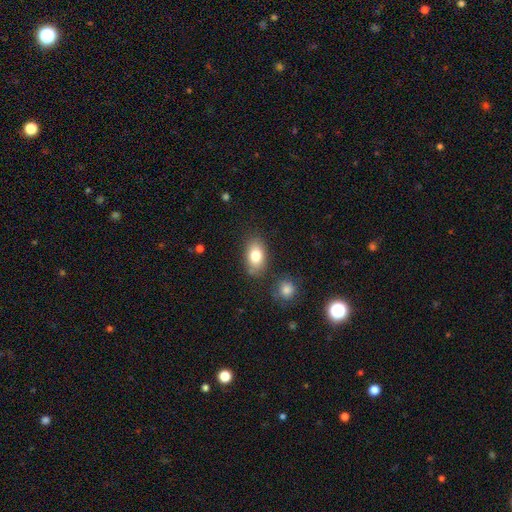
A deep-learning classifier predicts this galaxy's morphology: smooth_or_featured: smooth (p=0.80) [alt: featured or disk p=0.12]
how_rounded: in between (p=0.88) [alt: round p=0.10]
merging: none (p=0.78) [alt: minor disturbance p=0.14]